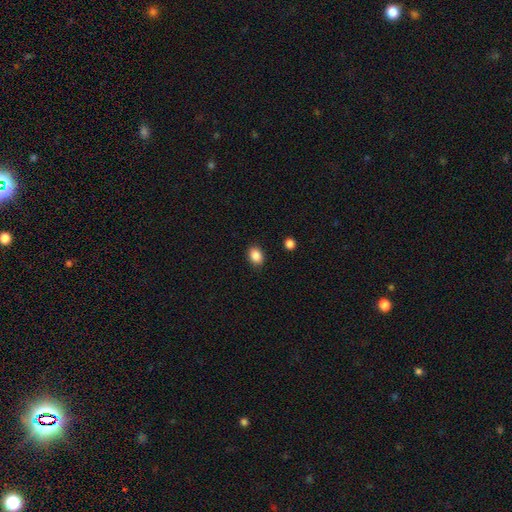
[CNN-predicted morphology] Smooth or featured?
  - smooth: 87% *
  - star or artifact: 9%
  - featured or disk: 4%
How rounded?
  - in between: 68% *
  - round: 31%
  - cigar-shaped: 1%
Merging?
  - none: 88% *
  - minor disturbance: 8%
  - major disturbance: 2%
  - merger: 2%